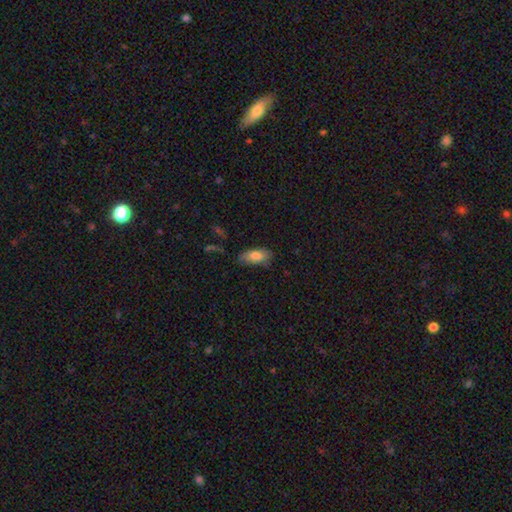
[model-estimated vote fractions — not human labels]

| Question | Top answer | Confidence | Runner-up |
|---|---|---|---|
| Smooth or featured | smooth | 81% | featured or disk (12%) |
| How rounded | in between | 86% | cigar-shaped (11%) |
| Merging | none | 71% | minor disturbance (22%) |